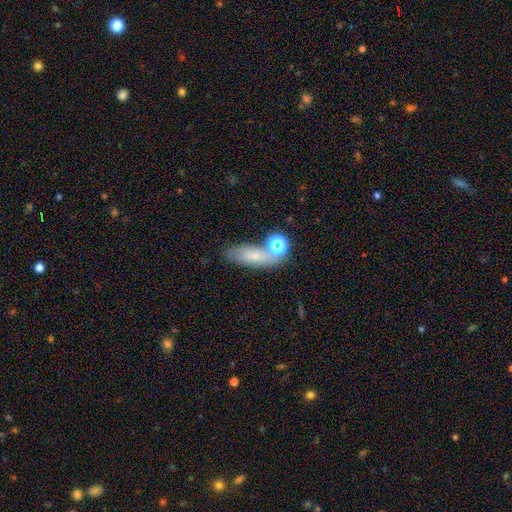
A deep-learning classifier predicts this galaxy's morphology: smooth-or-featured: smooth: 62% | featured or disk: 19% | star or artifact: 19%
  how-rounded: in between: 61% | cigar-shaped: 28% | round: 12%
  merging: none: 62% | merger: 16% | minor disturbance: 15% | major disturbance: 7%